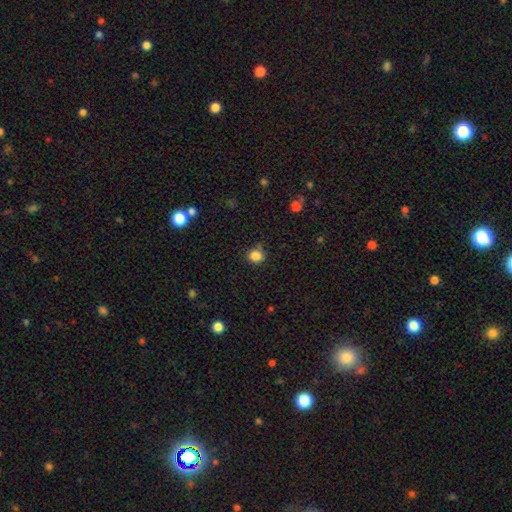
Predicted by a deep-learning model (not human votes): Morphology: type=smooth (84%); roundness=round (76%); merging=none (76%).